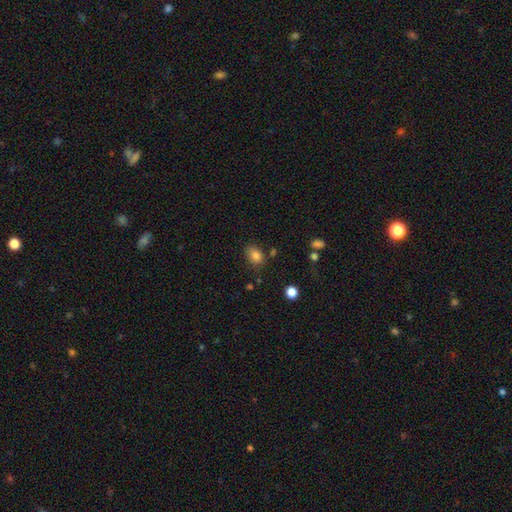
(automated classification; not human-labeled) smooth-or-featured: smooth: 82% | star or artifact: 11% | featured or disk: 7%
  how-rounded: in between: 73% | round: 26% | cigar-shaped: 1%
  merging: none: 73% | minor disturbance: 18% | merger: 5% | major disturbance: 4%